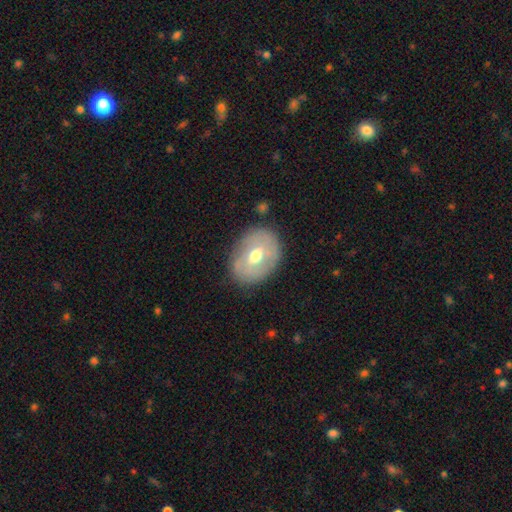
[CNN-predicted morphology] This is possibly a featured or disk galaxy (50%). Merging: likely none (79%).